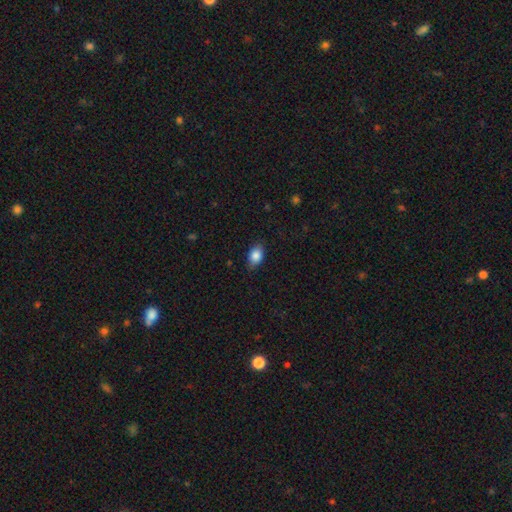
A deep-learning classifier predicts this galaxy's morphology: This appears to be a smooth galaxy with no disk features (86%) that is in between round and cigar-shaped (80%). Merging: none (82%).